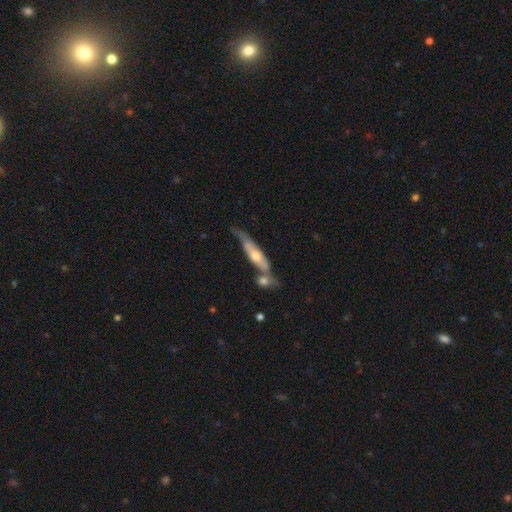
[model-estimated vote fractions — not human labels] This is possibly a featured or disk galaxy (59%). It is likely viewed edge-on (68%). Merging: marginally none (37%).